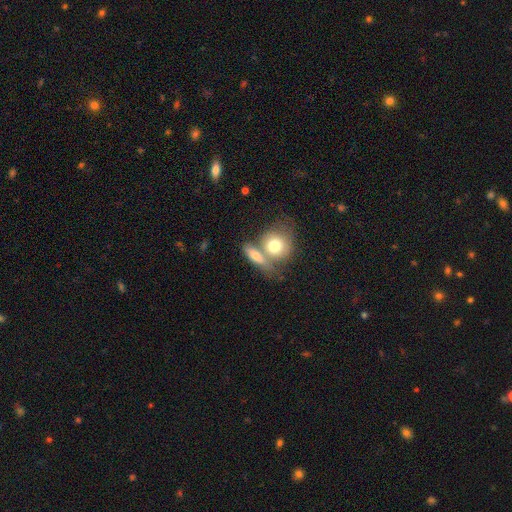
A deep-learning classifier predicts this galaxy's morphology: Q: Smooth or featured?
A: smooth (70%); runner-up: featured or disk (23%)
Q: How rounded?
A: in between (55%); runner-up: round (31%)
Q: Merging?
A: merger (47%); runner-up: none (36%)